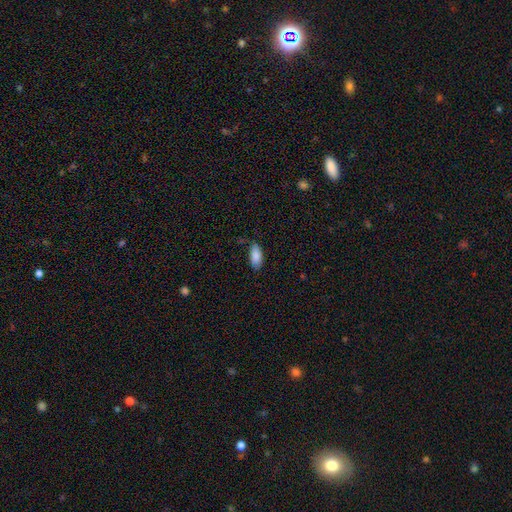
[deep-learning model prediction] smooth 88%, star or artifact 7%, featured or disk 6%. Down the decision tree: how rounded — in between (90%); merging — none (80%).